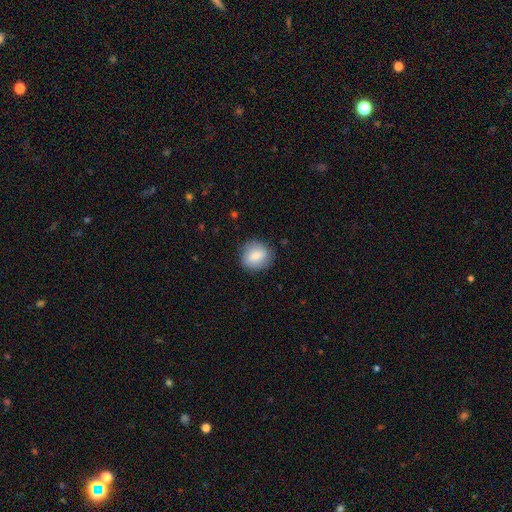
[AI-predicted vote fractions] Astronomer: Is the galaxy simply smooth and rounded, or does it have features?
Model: smooth — 77%.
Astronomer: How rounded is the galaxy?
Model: round — 81%.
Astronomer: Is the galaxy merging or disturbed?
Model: none — 85%.